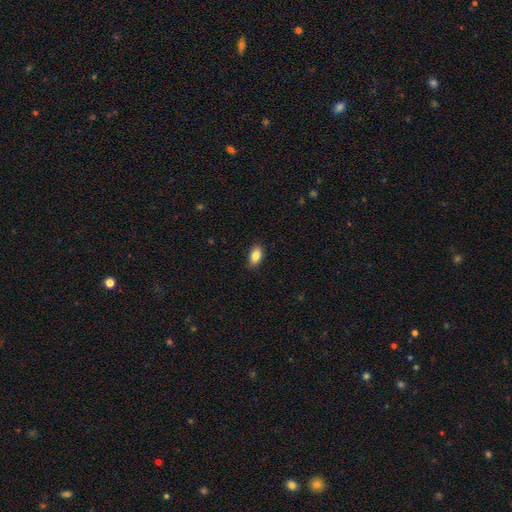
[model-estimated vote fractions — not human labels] Q: Smooth or featured?
A: smooth (86%); runner-up: star or artifact (8%)
Q: How rounded?
A: in between (91%); runner-up: round (6%)
Q: Merging?
A: none (87%); runner-up: minor disturbance (10%)